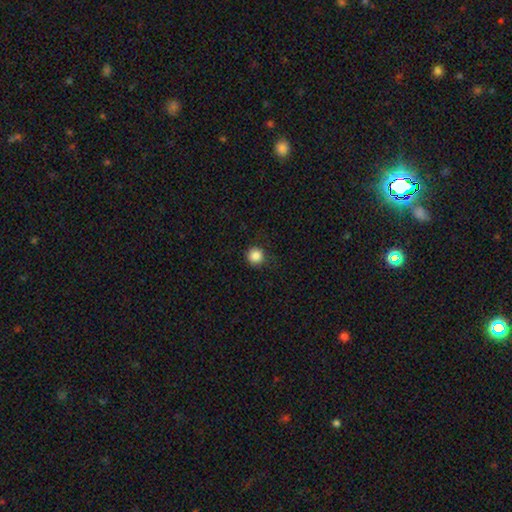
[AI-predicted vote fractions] Q: Smooth or featured?
A: smooth (86%); runner-up: star or artifact (11%)
Q: How rounded?
A: round (95%); runner-up: in between (4%)
Q: Merging?
A: none (88%); runner-up: minor disturbance (9%)